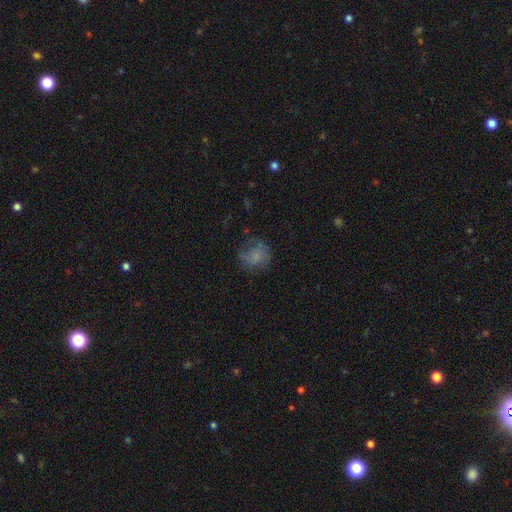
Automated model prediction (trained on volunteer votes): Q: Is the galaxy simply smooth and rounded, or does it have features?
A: smooth — 68%.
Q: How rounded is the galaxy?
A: round — 74%.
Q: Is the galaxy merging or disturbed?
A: none — 55%.